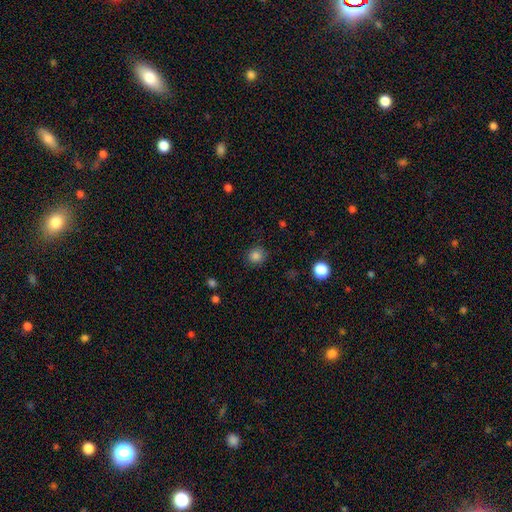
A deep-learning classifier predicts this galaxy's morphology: smooth_or_featured: smooth (p=0.84) [alt: star or artifact p=0.12]
how_rounded: round (p=0.89) [alt: in between p=0.10]
merging: none (p=0.87) [alt: minor disturbance p=0.09]